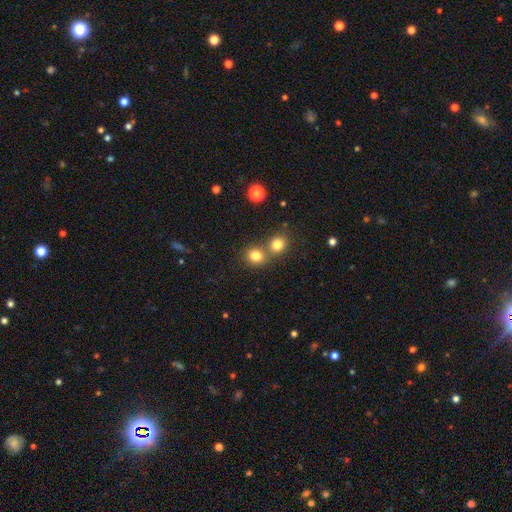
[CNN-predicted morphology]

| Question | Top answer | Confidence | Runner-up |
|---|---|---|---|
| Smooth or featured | smooth | 80% | star or artifact (13%) |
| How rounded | round | 81% | in between (18%) |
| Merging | none | 56% | merger (34%) |